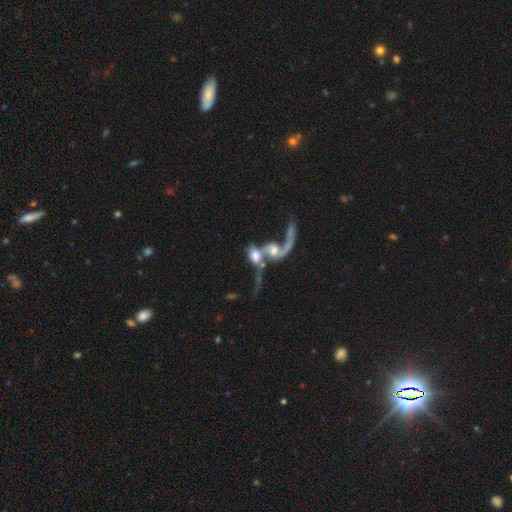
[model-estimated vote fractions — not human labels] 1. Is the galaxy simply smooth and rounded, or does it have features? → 58% featured or disk, 33% smooth, 9% star or artifact.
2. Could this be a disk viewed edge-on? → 93% no, 7% yes.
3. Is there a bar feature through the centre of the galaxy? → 68% no, 23% weak, 8% strong.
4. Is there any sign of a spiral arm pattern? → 63% yes, 37% no.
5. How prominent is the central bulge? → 33% moderate, 25% large, 18% small, 18% none, 6% dominant.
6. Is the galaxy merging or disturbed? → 76% merger, 12% major disturbance, 9% none, 4% minor disturbance.